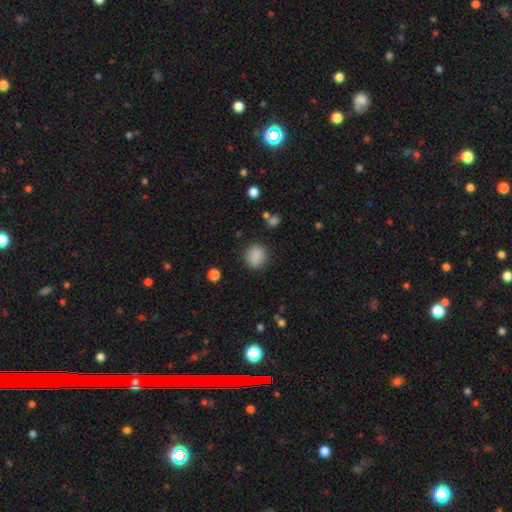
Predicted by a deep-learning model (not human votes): A smooth galaxy with no disk features (87%) that is round (80%).

Vote fractions:
- Smooth or featured? smooth: 87% / star or artifact: 9% / featured or disk: 4%
- How rounded? round: 80% / in between: 19% / cigar-shaped: 1%
- Merging? none: 87% / minor disturbance: 8% / major disturbance: 3% / merger: 1%